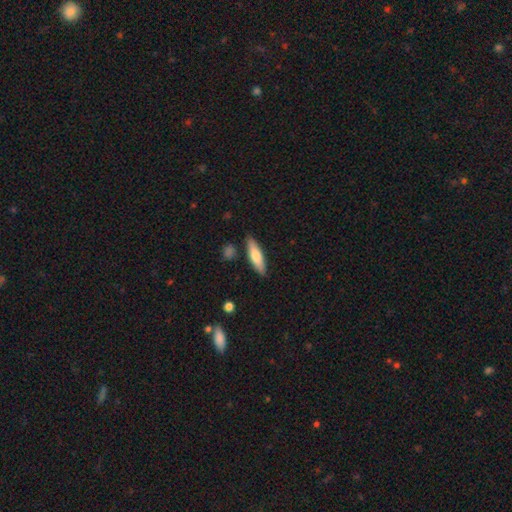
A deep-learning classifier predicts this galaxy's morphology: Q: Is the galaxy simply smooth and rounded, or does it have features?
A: smooth — 67%.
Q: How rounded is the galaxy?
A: cigar-shaped — 67%.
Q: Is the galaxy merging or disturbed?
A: none — 86%.